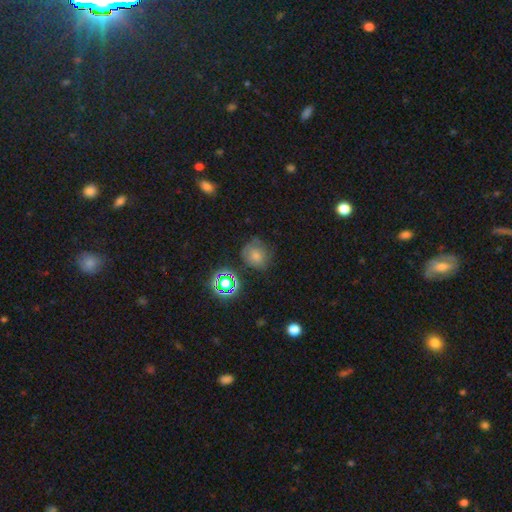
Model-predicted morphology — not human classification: This is likely a smooth galaxy (65%). How rounded: likely round (77%). Merging: likely none (62%).